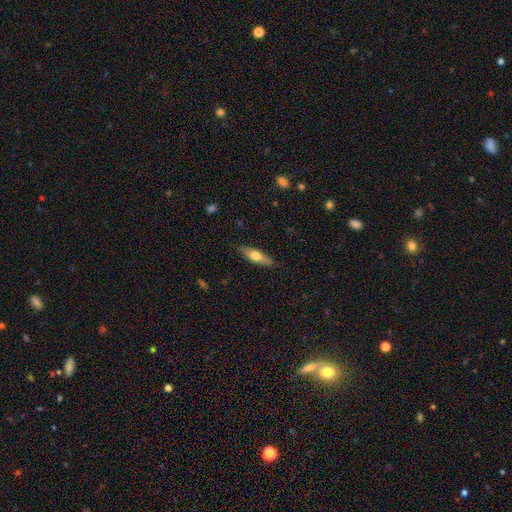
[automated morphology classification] Smooth or featured: smooth — 59% (featured or disk — 35%)
How rounded: cigar-shaped — 56% (in between — 41%)
Merging: none — 86% (minor disturbance — 10%)